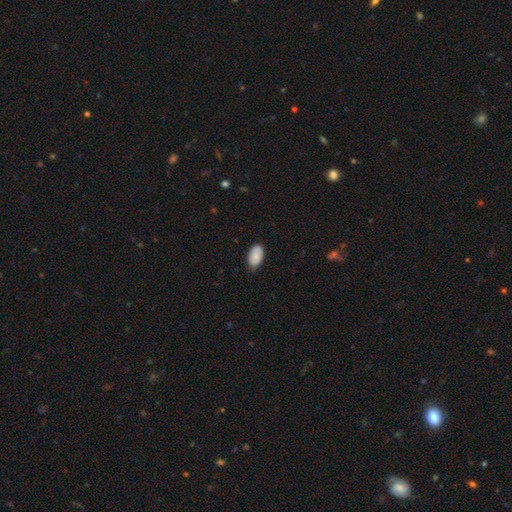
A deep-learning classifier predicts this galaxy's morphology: Smooth or featured? Predicted: smooth (p=0.84). How rounded? Predicted: in between (p=0.94). Merging? Predicted: none (p=0.75).